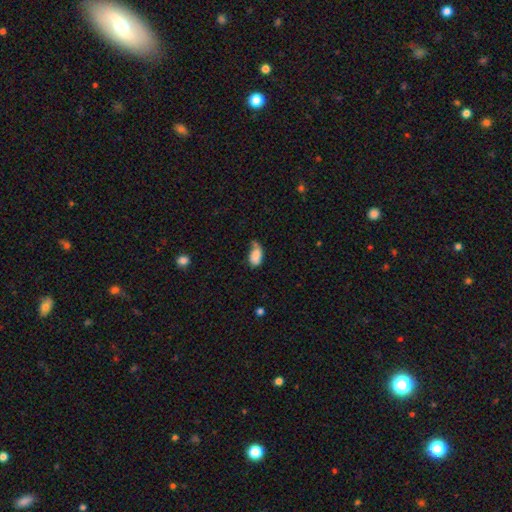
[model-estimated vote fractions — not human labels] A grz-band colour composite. It shows a smooth galaxy with no disk features (82%) that is in between round and cigar-shaped (92%). Merging: none (41%).